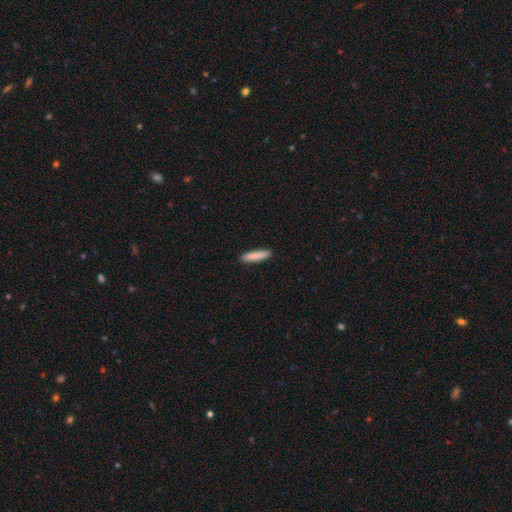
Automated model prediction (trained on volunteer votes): Morphology: type=smooth (86%); roundness=cigar-shaped (87%); merging=none (91%).